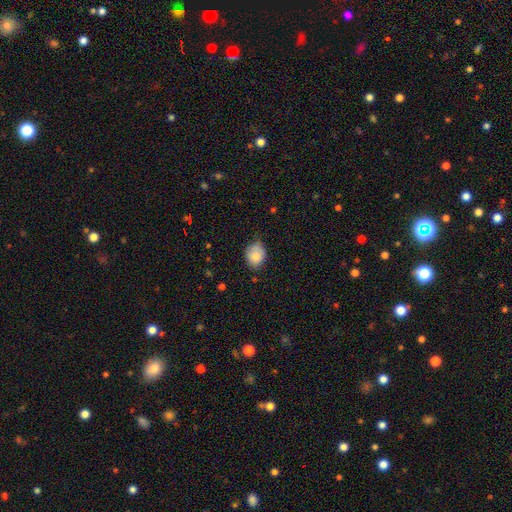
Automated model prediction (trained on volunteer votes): Smooth or featured: smooth — 82% (featured or disk — 10%)
How rounded: round — 56% (in between — 43%)
Merging: none — 60% (minor disturbance — 32%)